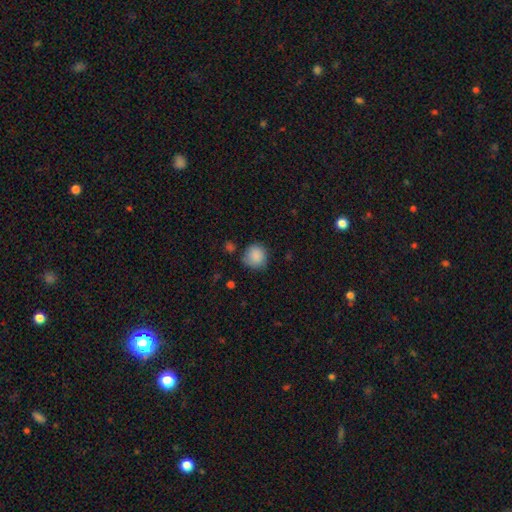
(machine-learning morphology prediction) Q: Smooth or featured?
A: smooth (87%); runner-up: star or artifact (8%)
Q: How rounded?
A: round (87%); runner-up: in between (12%)
Q: Merging?
A: none (72%); runner-up: minor disturbance (19%)